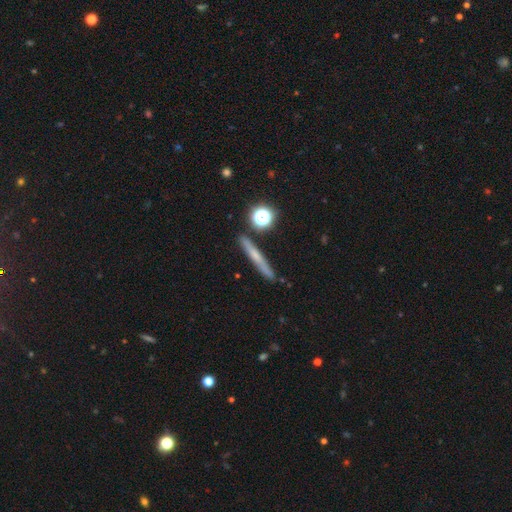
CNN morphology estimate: A featured or disk galaxy (45%).

Vote fractions:
- Smooth or featured? featured or disk: 45% / smooth: 42% / star or artifact: 12%
- Merging? none: 85% / minor disturbance: 9% / merger: 4% / major disturbance: 2%